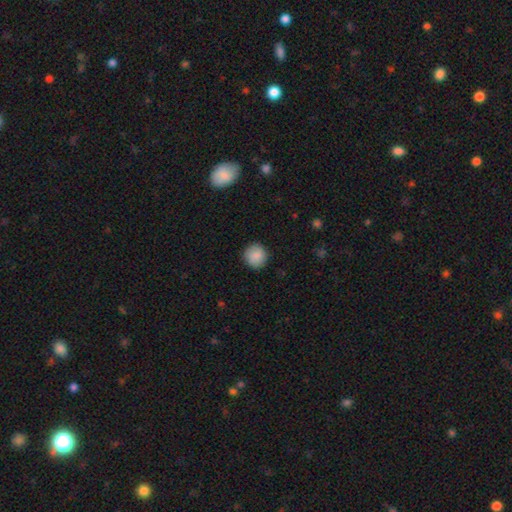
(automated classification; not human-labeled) A smooth galaxy with no disk features (87%) that is round (91%).

Vote fractions:
- Smooth or featured? smooth: 87% / star or artifact: 7% / featured or disk: 5%
- How rounded? round: 91% / in between: 8% / cigar-shaped: 1%
- Merging? none: 89% / minor disturbance: 8% / major disturbance: 2% / merger: 1%